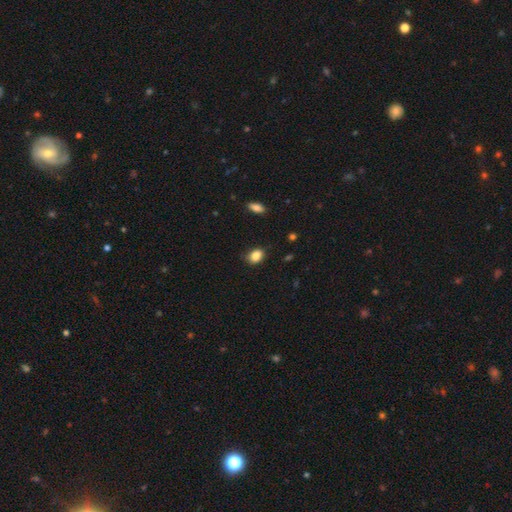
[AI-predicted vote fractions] Overall: smooth (86%). How rounded: in between (69%; round 30%). Merging: none (78%).